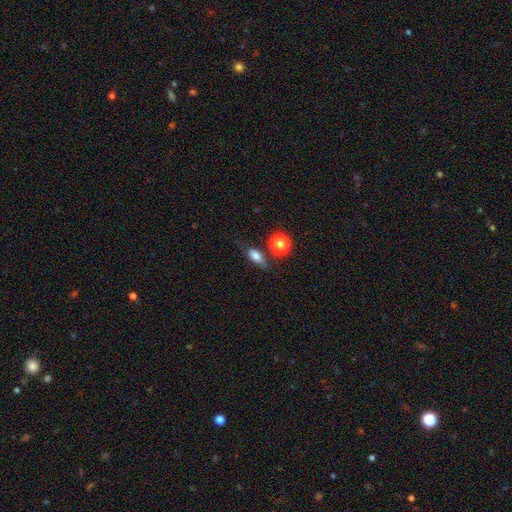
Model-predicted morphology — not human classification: smooth 71%, featured or disk 18%, star or artifact 11%. Down the decision tree: how rounded — in between (67%); merging — none (65%).